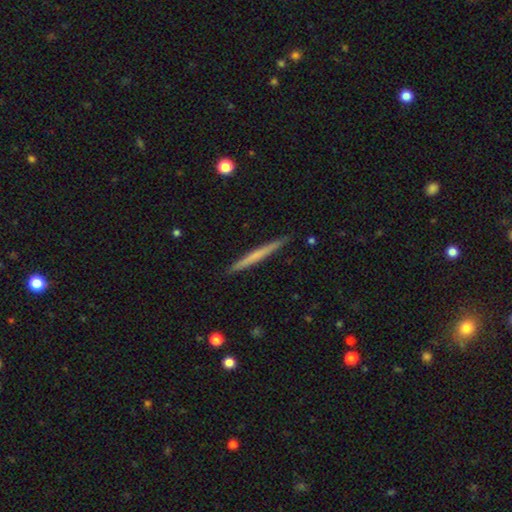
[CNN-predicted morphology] type=smooth (50%); roundness=cigar-shaped (97%); merging=none (91%).